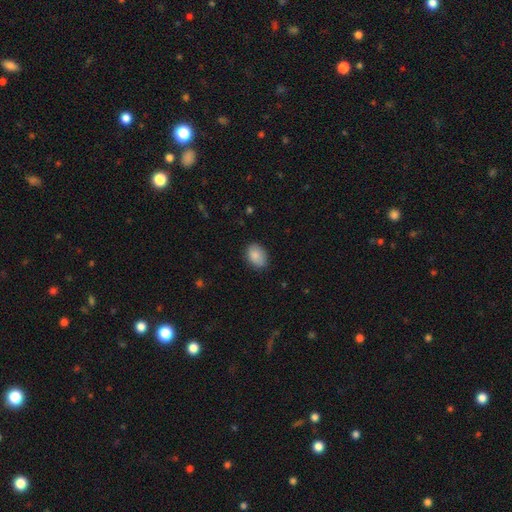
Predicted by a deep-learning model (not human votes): A smooth galaxy with no disk features (86%) that is in between round and cigar-shaped (79%). Merging: none (81%).